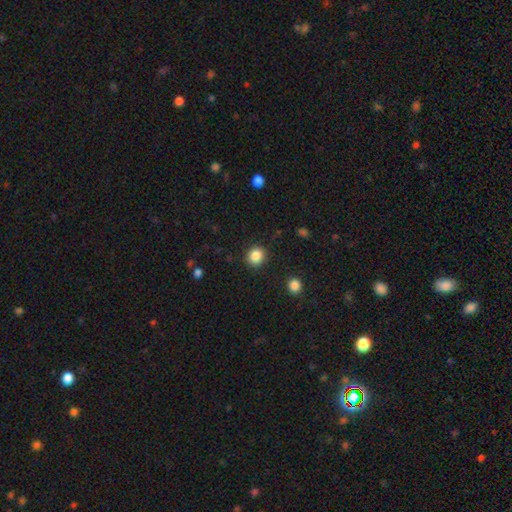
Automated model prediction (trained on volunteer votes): A smooth galaxy with no disk features (86%) that is round (85%). Merging: none (90%).